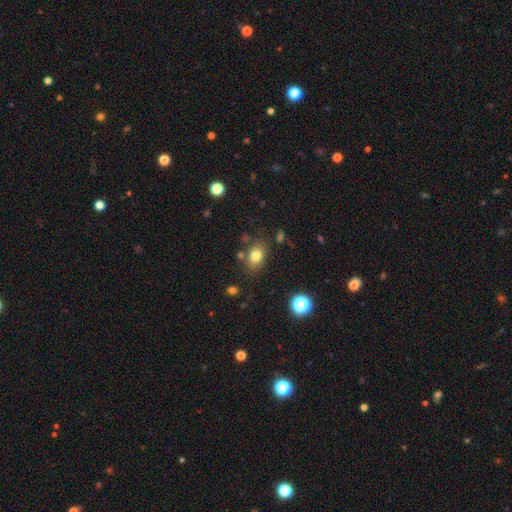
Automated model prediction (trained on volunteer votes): Smooth or featured: smooth — 78% (star or artifact — 12%)
How rounded: in between — 70% (round — 29%)
Merging: none — 78% (minor disturbance — 13%)